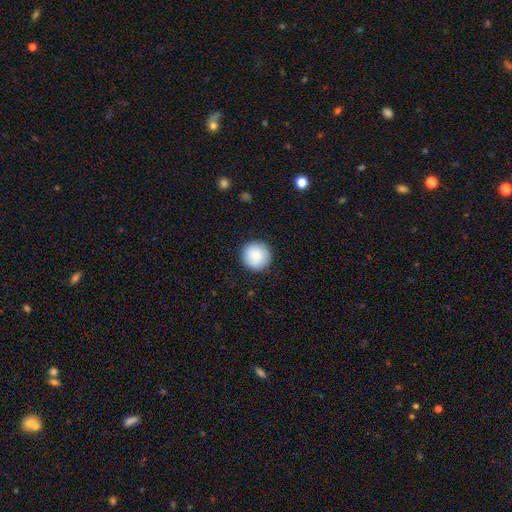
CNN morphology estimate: A smooth galaxy with no disk features (88%) that is round (96%). Merging: none (91%).